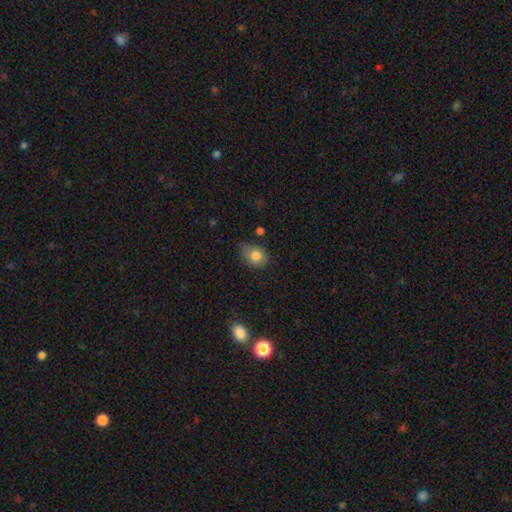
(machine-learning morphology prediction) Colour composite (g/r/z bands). It shows a smooth galaxy with no disk features (82%) that is in between round and cigar-shaped (53%). Merging: none (68%).